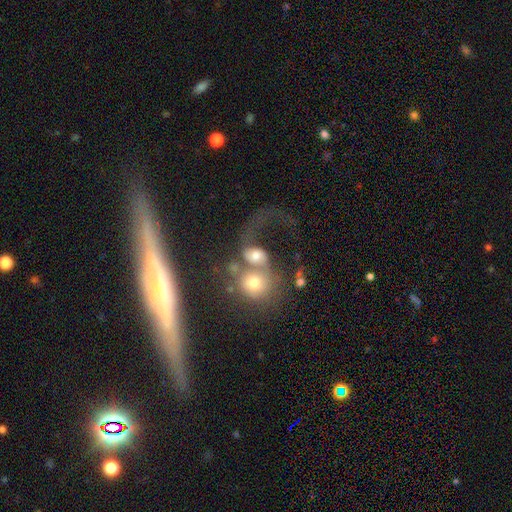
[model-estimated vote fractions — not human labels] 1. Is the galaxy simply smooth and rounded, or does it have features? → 47% featured or disk, 42% smooth, 11% star or artifact.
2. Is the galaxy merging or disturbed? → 64% merger, 18% major disturbance, 13% none, 5% minor disturbance.